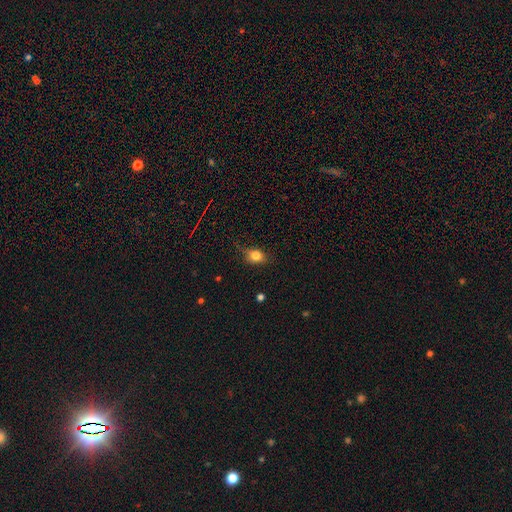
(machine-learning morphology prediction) smooth 76%, featured or disk 13%, star or artifact 11%. Down the decision tree: how rounded — in between (57%); merging — none (66%).